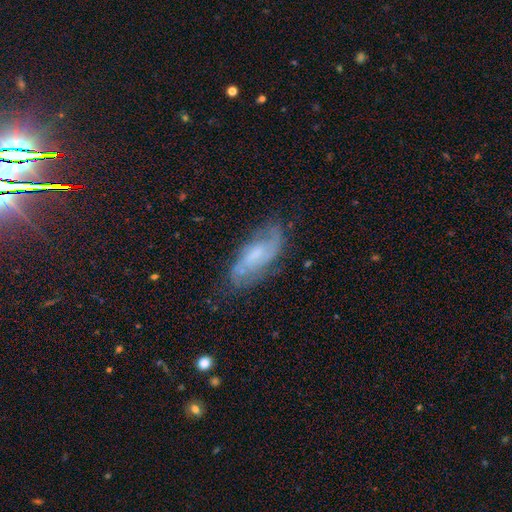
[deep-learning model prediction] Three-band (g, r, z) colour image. It shows a featured or disk galaxy (68%) with a weak bar (46%), 2 (61%) medium (46%) spiral arms (88%) and a small central bulge (42%). Merging: none (66%).